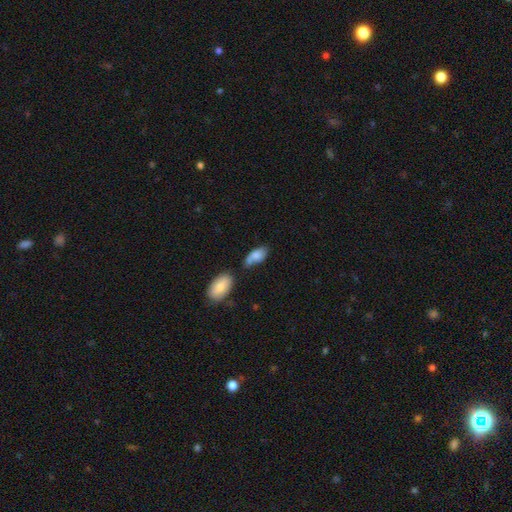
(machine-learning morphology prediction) Overall: smooth (77%). How rounded: in between (90%). Merging: none (43%; merger 26%).